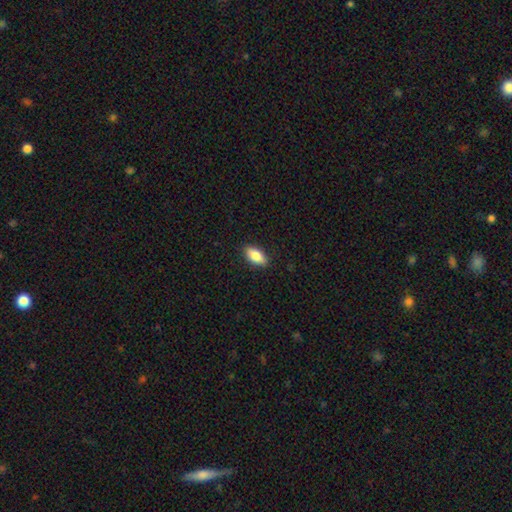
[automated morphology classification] The model was most divided on "smooth or featured": smooth: 81%, featured or disk: 12%, star or artifact: 7%. More confident: merging — none (88%); how rounded — in between (88%).